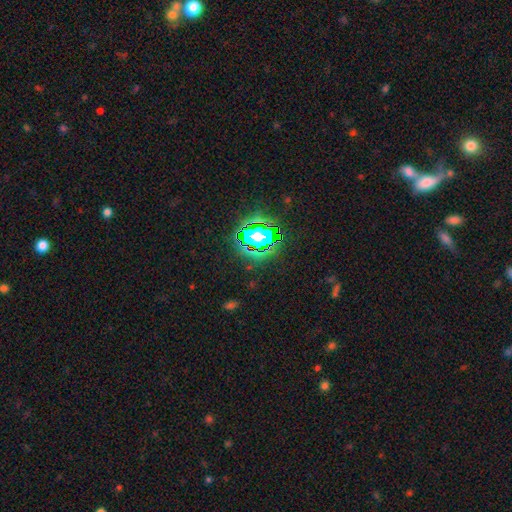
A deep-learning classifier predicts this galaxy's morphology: Smooth or featured? star or artifact (78%)